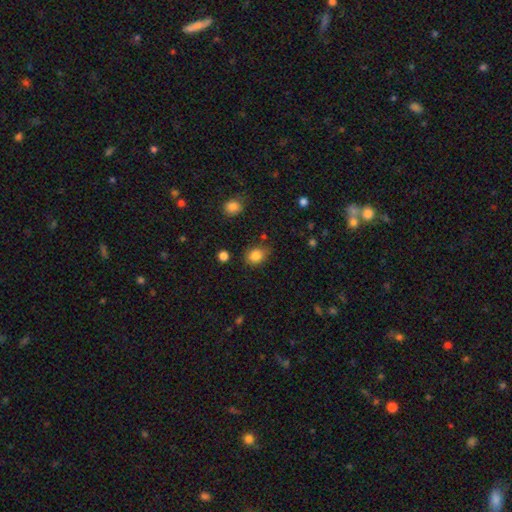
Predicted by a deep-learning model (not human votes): Smooth or featured? Predicted: smooth (p=0.84). How rounded? Predicted: in between (p=0.53). Merging? Predicted: none (p=0.75).